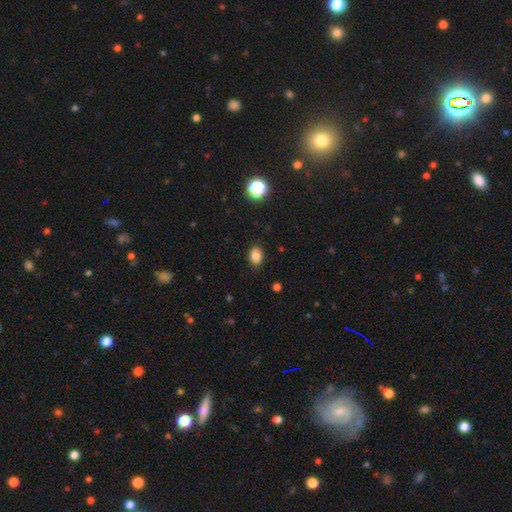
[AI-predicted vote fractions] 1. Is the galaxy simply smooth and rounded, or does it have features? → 84% smooth, 11% star or artifact, 5% featured or disk.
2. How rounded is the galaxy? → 73% in between, 26% round, 1% cigar-shaped.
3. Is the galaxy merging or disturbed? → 86% none, 11% minor disturbance, 2% major disturbance, 1% merger.